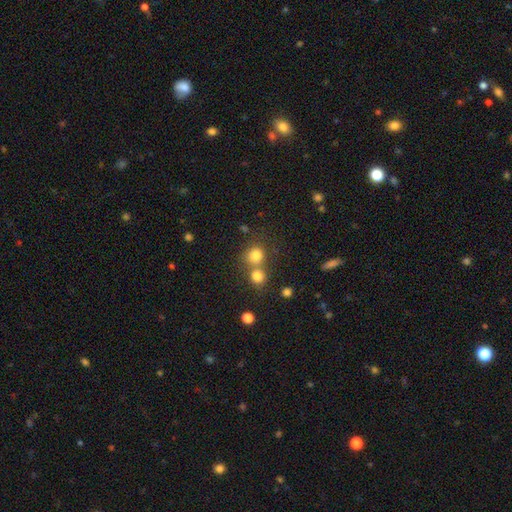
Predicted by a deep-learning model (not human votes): Morphology: type=smooth (79%); roundness=round (84%); merging=none (52%).